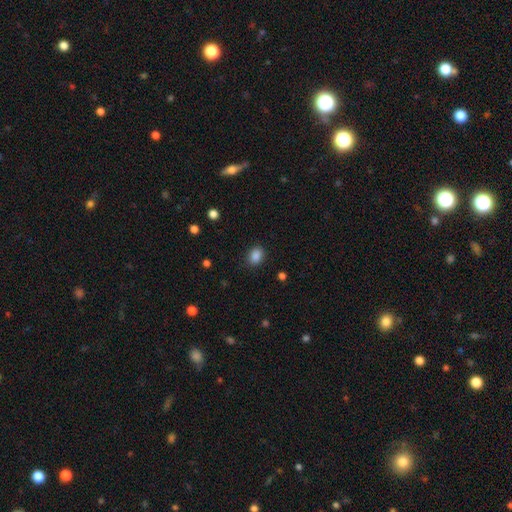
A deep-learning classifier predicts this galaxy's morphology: type=smooth (87%); roundness=in between (64%); merging=none (85%).